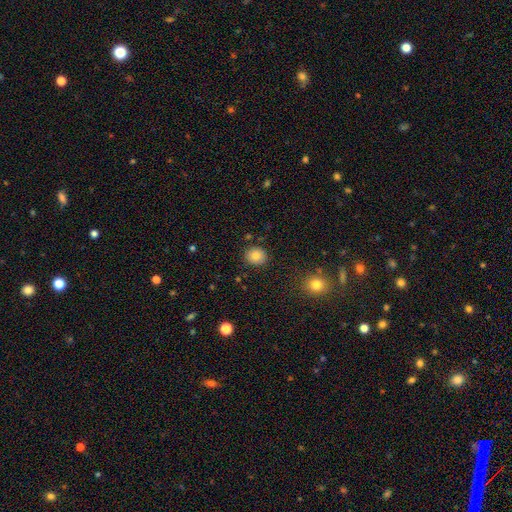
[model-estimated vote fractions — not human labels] This is clearly a smooth galaxy (82%). How rounded: likely round (77%). Merging: clearly none (88%).